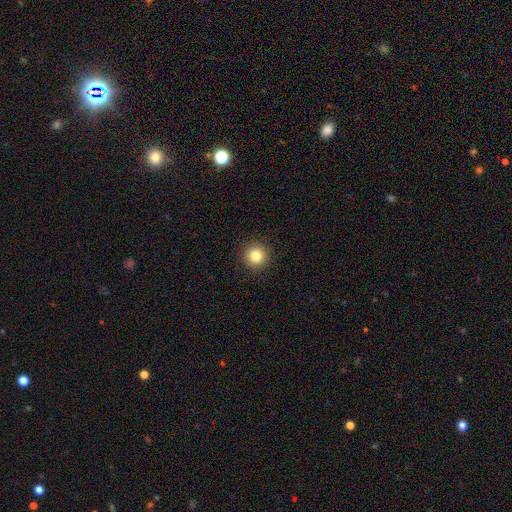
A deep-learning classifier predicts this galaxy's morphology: Smooth or featured? Predicted: smooth (p=0.83). How rounded? Predicted: round (p=0.96). Merging? Predicted: none (p=0.92).